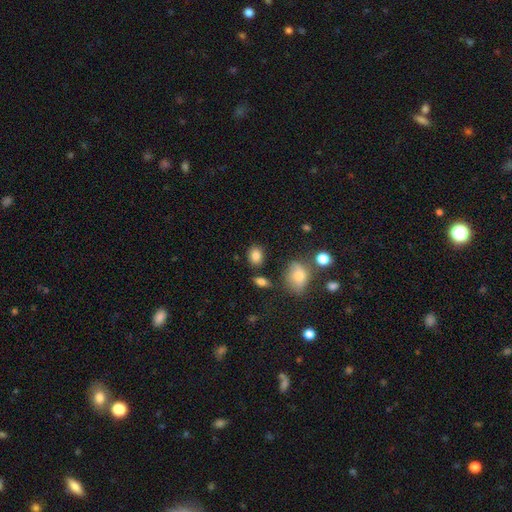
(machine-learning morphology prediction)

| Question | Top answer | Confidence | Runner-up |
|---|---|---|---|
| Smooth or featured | smooth | 83% | star or artifact (10%) |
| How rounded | in between | 59% | round (40%) |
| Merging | none | 79% | minor disturbance (12%) |